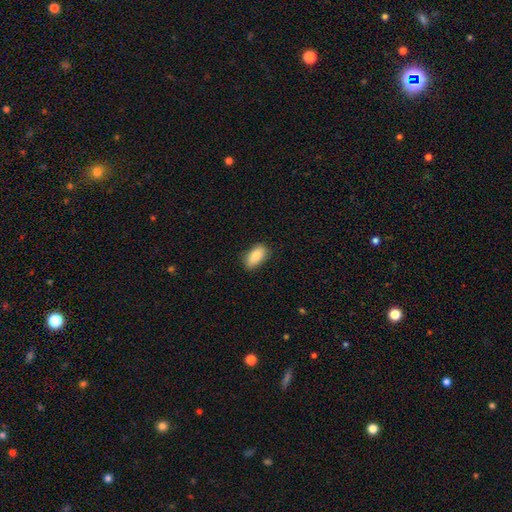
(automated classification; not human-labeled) Smooth or featured?
  - smooth: 86% *
  - star or artifact: 7%
  - featured or disk: 7%
How rounded?
  - in between: 93% *
  - round: 4%
  - cigar-shaped: 3%
Merging?
  - none: 82% *
  - minor disturbance: 14%
  - major disturbance: 3%
  - merger: 1%